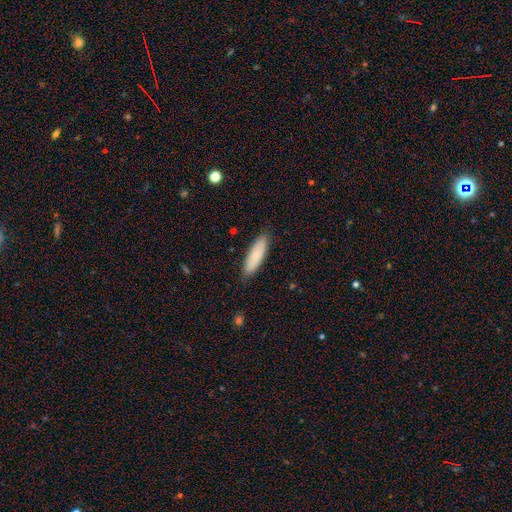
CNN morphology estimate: The model was most divided on "how rounded": cigar-shaped: 57%, in between: 42%, round: 1%. More confident: merging — none (87%); smooth or featured — smooth (83%).